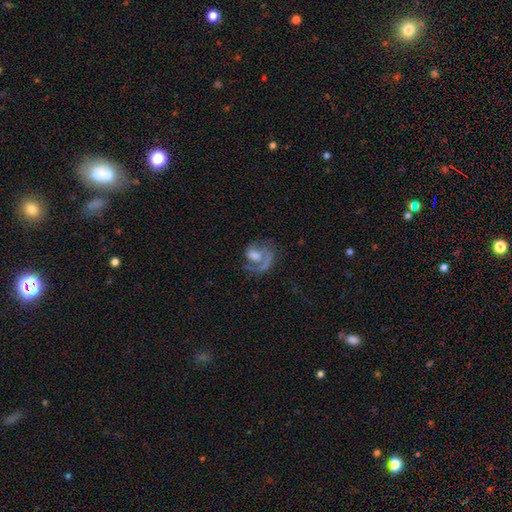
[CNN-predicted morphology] smooth_or_featured: featured or disk (p=0.72) [alt: smooth p=0.18]
disk_edge_on: no (p=0.98) [alt: yes p=0.02]
bar: no (p=0.59) [alt: weak p=0.32]
has_spiral_arms: yes (p=0.85) [alt: no p=0.15]
spiral_winding: medium (p=0.41) [alt: tight p=0.33]
spiral_arm_count: 1 (p=0.70) [alt: 2 p=0.19]
bulge_size: moderate (p=0.37) [alt: large p=0.22]
merging: none (p=0.46) [alt: major disturbance p=0.32]